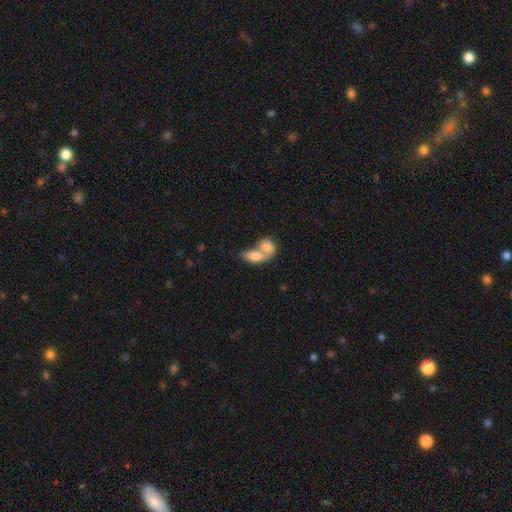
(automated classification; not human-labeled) smooth 79%, featured or disk 14%, star or artifact 6%. Down the decision tree: how rounded — in between (84%); merging — merger (74%).